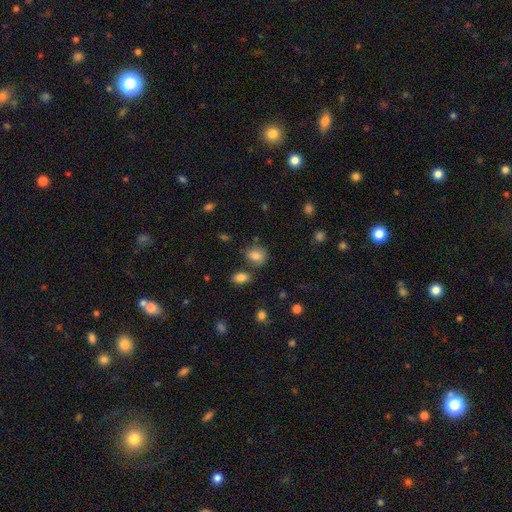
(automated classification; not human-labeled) Smooth or featured? Predicted: smooth (p=0.80). How rounded? Predicted: round (p=0.57). Merging? Predicted: none (p=0.71).